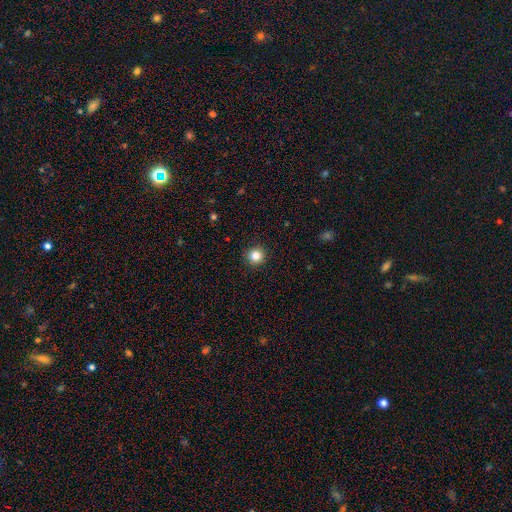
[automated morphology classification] This is clearly a smooth galaxy (83%). How rounded: clearly round (95%). Merging: clearly none (93%).